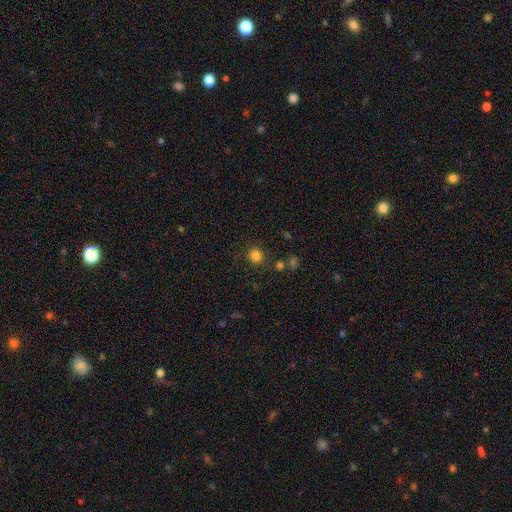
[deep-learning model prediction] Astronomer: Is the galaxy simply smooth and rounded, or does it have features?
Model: smooth — 82%.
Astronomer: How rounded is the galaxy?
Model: round — 91%.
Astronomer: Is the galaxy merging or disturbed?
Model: none — 85%.